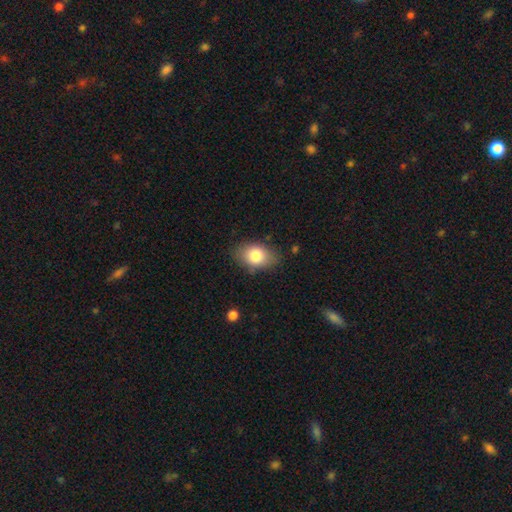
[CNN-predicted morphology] smooth 81%, featured or disk 12%, star or artifact 8%. Down the decision tree: how rounded — in between (83%); merging — none (77%).